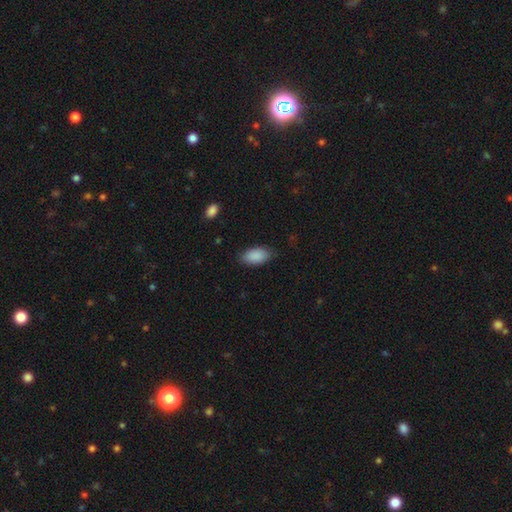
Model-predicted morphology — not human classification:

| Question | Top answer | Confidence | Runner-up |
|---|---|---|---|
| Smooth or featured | smooth | 89% | star or artifact (6%) |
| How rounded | in between | 93% | round (3%) |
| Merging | none | 79% | minor disturbance (16%) |